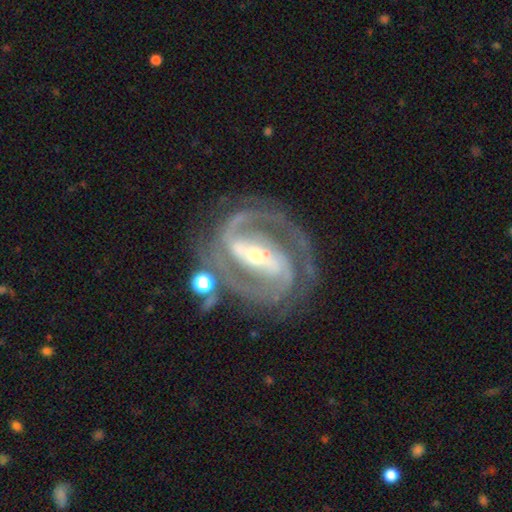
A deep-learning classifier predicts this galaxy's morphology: featured or disk 92%, star or artifact 5%, smooth 3%. Down the decision tree: edge-on disk — no (97%); bar — strong (71%); spiral arms — yes (98%); spiral arm count — 2 (83%); spiral winding — tight (49%); bulge size — small (64%); merging — none (73%).